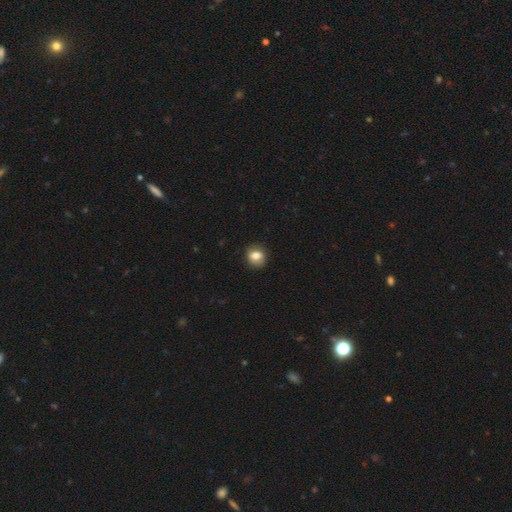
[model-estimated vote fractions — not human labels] Smooth or featured: smooth — 77% (featured or disk — 14%)
How rounded: round — 68% (in between — 31%)
Merging: none — 85% (minor disturbance — 11%)